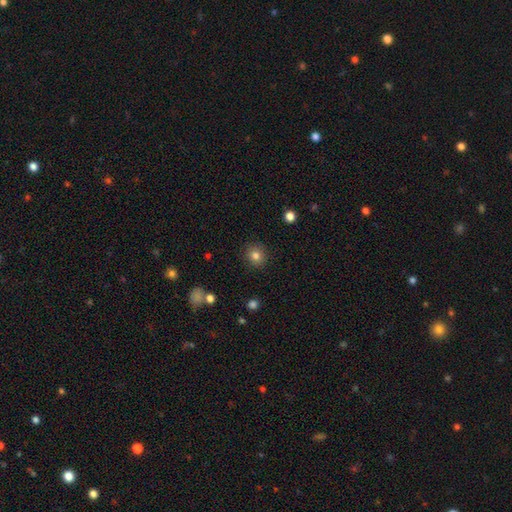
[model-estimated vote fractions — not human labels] Q: Smooth or featured?
A: smooth (81%); runner-up: star or artifact (12%)
Q: How rounded?
A: round (90%); runner-up: in between (9%)
Q: Merging?
A: none (90%); runner-up: minor disturbance (7%)